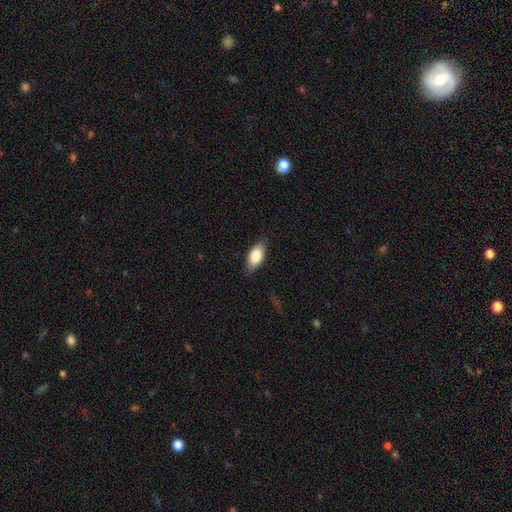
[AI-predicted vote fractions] The model was most divided on "smooth or featured": smooth: 81%, featured or disk: 13%, star or artifact: 6%. More confident: how rounded — in between (88%); merging — none (83%).